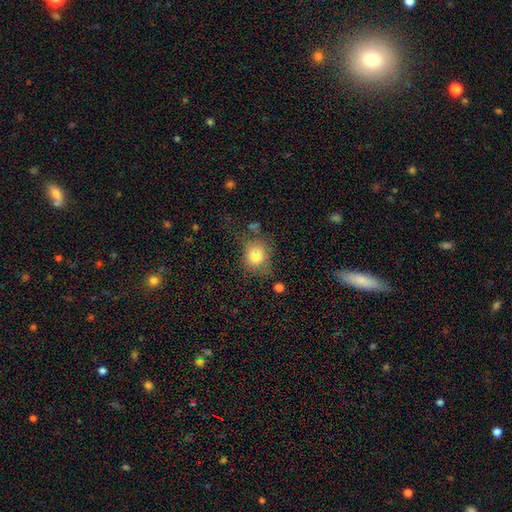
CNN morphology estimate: The model was most divided on "merging": none: 58%, minor disturbance: 23%, major disturbance: 12%, merger: 7%. More confident: smooth or featured — smooth (77%); how rounded — round (70%).